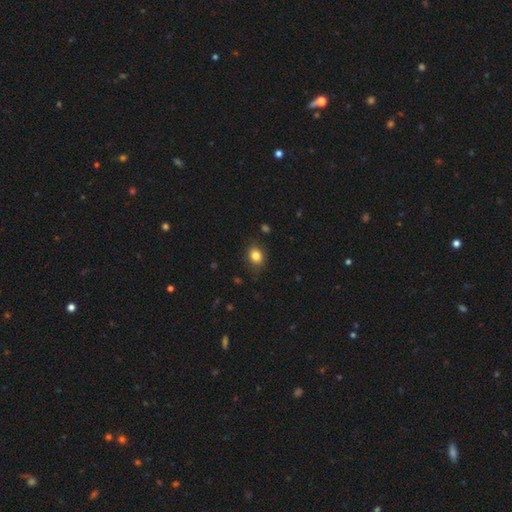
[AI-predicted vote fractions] Overall: smooth (83%). How rounded: round (50%; in between 49%). Merging: none (80%).